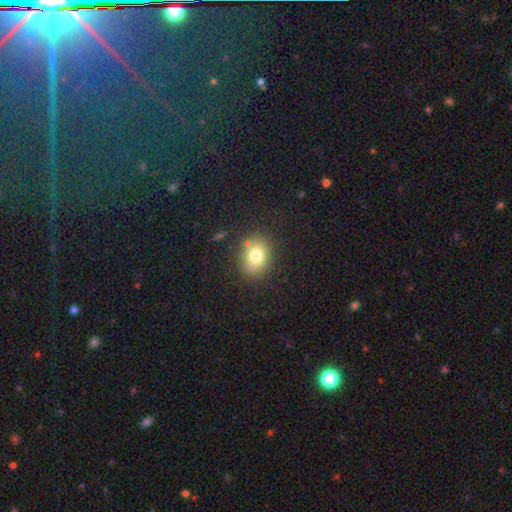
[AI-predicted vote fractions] Q: Smooth or featured?
A: smooth (78%); runner-up: star or artifact (11%)
Q: How rounded?
A: round (53%); runner-up: in between (46%)
Q: Merging?
A: none (78%); runner-up: minor disturbance (13%)